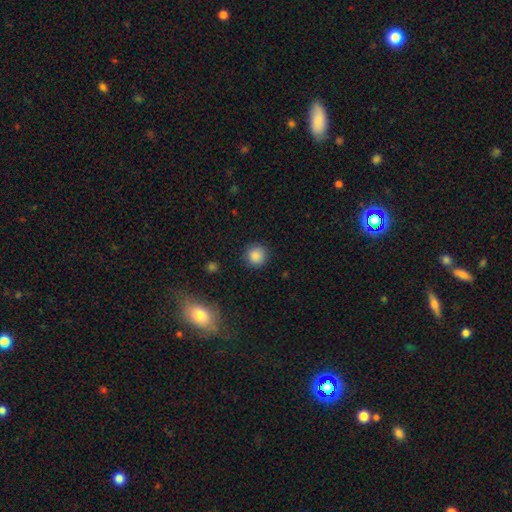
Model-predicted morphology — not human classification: Smooth or featured?
  - smooth: 86% *
  - star or artifact: 11%
  - featured or disk: 4%
How rounded?
  - round: 94% *
  - in between: 5%
  - cigar-shaped: 1%
Merging?
  - none: 90% *
  - minor disturbance: 7%
  - major disturbance: 2%
  - merger: 1%